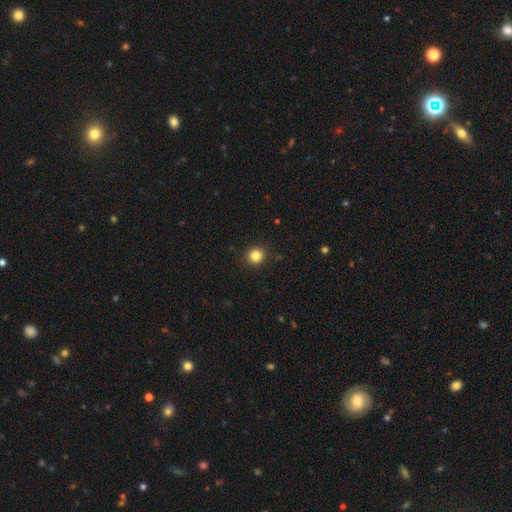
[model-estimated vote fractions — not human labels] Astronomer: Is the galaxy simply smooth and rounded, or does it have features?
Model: smooth — 83%.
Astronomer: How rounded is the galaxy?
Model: round — 93%.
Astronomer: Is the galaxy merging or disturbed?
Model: none — 91%.